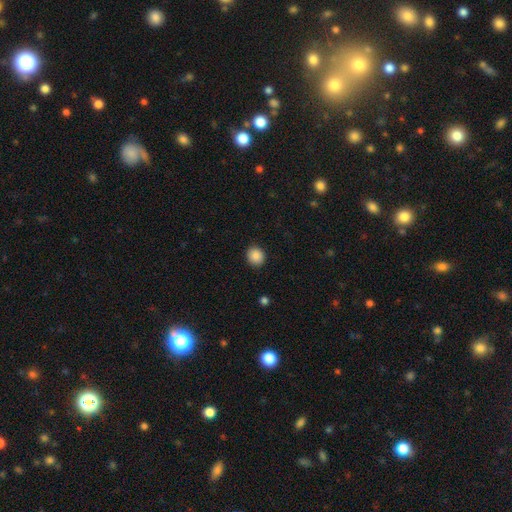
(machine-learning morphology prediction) This is clearly a smooth galaxy (87%). How rounded: clearly round (82%). Merging: clearly none (91%).